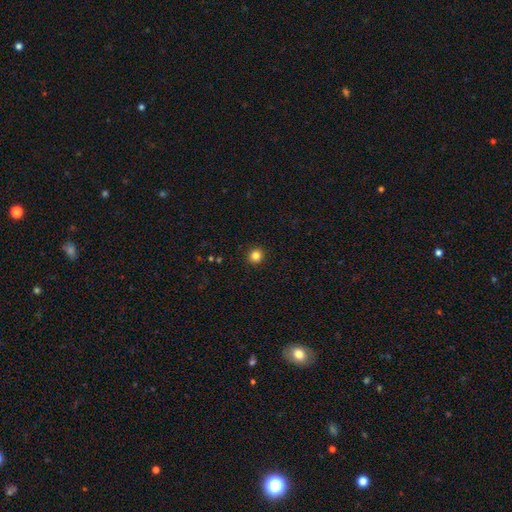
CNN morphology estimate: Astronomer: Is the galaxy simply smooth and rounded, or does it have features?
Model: smooth — 83%.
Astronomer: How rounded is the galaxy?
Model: round — 91%.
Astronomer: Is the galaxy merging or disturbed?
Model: none — 92%.